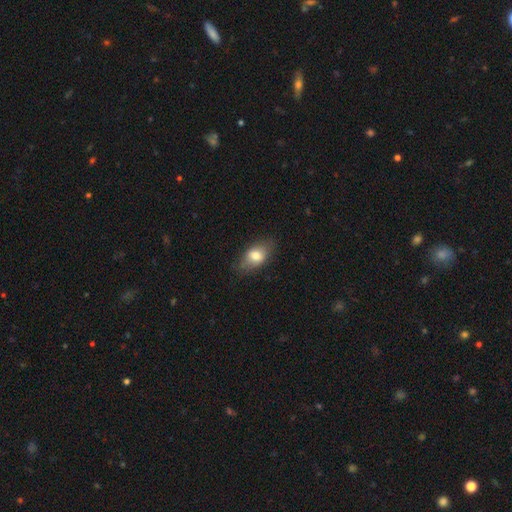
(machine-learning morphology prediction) Q: Smooth or featured?
A: smooth (75%); runner-up: featured or disk (18%)
Q: How rounded?
A: in between (87%); runner-up: round (9%)
Q: Merging?
A: none (76%); runner-up: minor disturbance (18%)